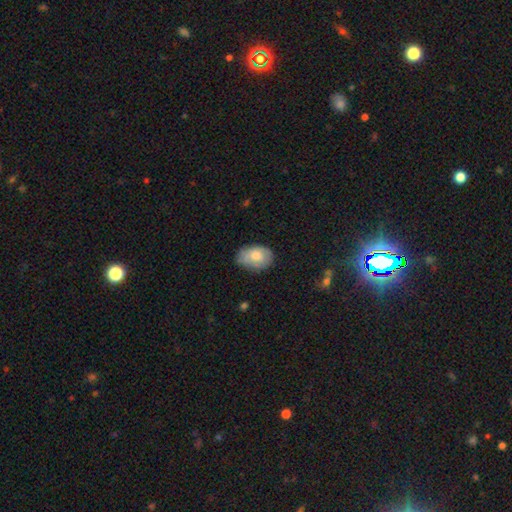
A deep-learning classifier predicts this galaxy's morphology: smooth_or_featured: smooth (p=0.72) [alt: featured or disk p=0.21]
how_rounded: in between (p=0.85) [alt: round p=0.14]
merging: none (p=0.63) [alt: minor disturbance p=0.29]